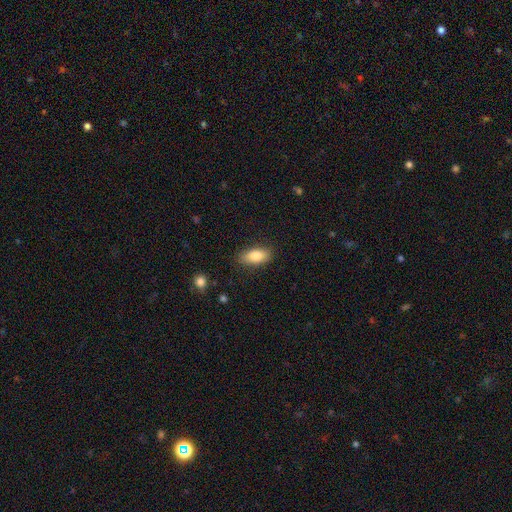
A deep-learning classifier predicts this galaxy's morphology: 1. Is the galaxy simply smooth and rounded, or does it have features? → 84% smooth, 9% featured or disk, 7% star or artifact.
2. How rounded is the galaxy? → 86% in between, 11% cigar-shaped, 3% round.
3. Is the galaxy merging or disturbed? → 85% none, 11% minor disturbance, 3% major disturbance, 1% merger.